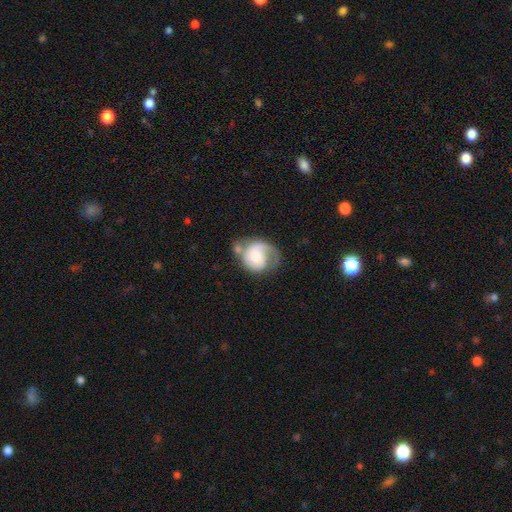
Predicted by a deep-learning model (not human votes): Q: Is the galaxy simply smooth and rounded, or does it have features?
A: featured or disk — 58%.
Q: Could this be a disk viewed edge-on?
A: no — 98%.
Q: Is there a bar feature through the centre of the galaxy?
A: no — 70%.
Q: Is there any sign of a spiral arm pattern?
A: yes — 86%.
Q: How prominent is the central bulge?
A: moderate — 43%.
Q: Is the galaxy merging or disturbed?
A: none — 39%.